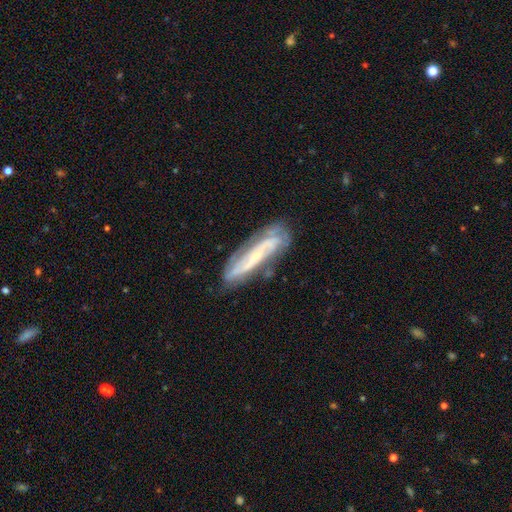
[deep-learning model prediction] This is likely a featured or disk galaxy (76%). It is likely not viewed edge-on (75%). Bar: marginally no (38%). Spiral arm pattern: clearly yes (86%). Central bulge: likely small (70%). Merging: likely none (71%).